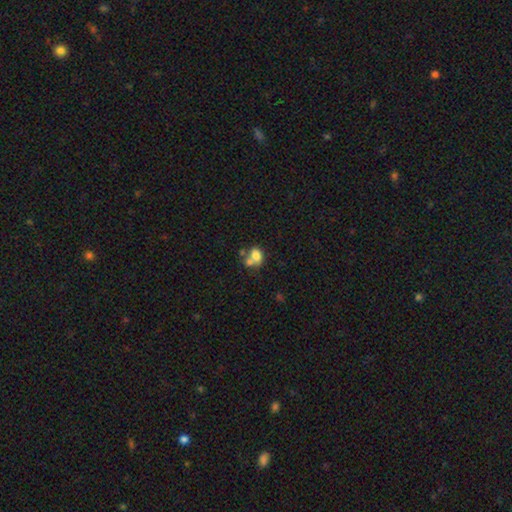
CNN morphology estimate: This appears to be a smooth galaxy with no disk features (74%) that is in between round and cigar-shaped (62%). Merging: merger (50%).